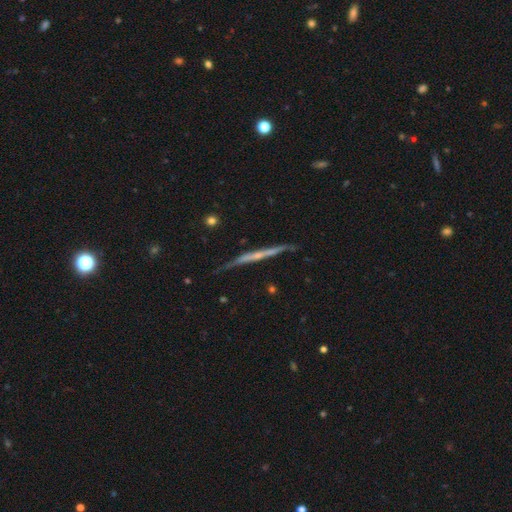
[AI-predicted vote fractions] smooth_or_featured: featured or disk (p=0.70) [alt: smooth p=0.24]
disk_edge_on: yes (p=0.96) [alt: no p=0.04]
edge_on_bulge: none (p=0.61) [alt: rounded p=0.31]
merging: none (p=0.76) [alt: minor disturbance p=0.19]